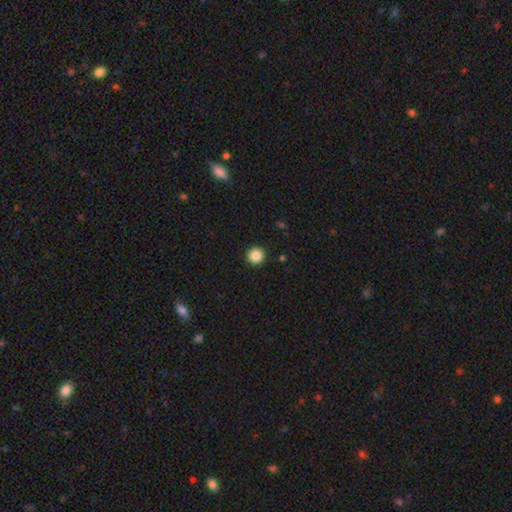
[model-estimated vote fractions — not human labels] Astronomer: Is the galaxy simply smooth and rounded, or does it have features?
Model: smooth — 87%.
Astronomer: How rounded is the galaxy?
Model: round — 96%.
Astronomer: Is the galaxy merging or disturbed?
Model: none — 93%.